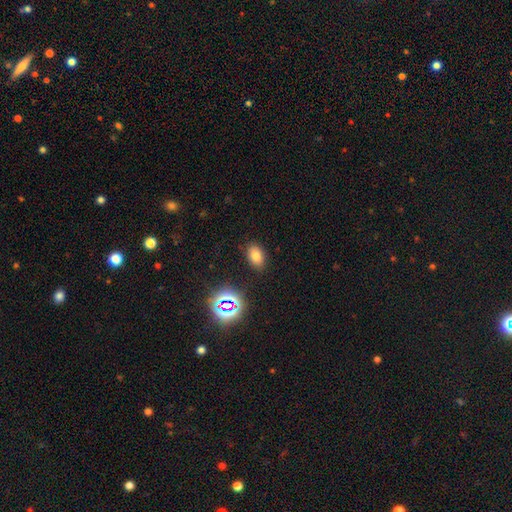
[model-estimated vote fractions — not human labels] Smooth or featured? Predicted: smooth (p=0.74). How rounded? Predicted: in between (p=0.85). Merging? Predicted: none (p=0.86).